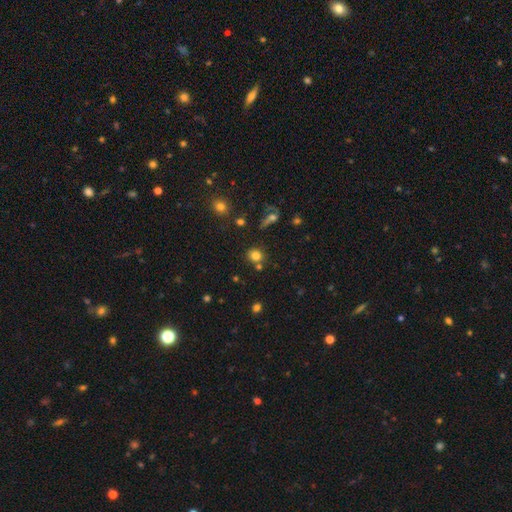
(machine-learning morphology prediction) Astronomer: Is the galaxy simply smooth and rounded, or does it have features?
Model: smooth — 78%.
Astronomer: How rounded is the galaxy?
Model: round — 78%.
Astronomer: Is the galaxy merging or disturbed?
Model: none — 70%.